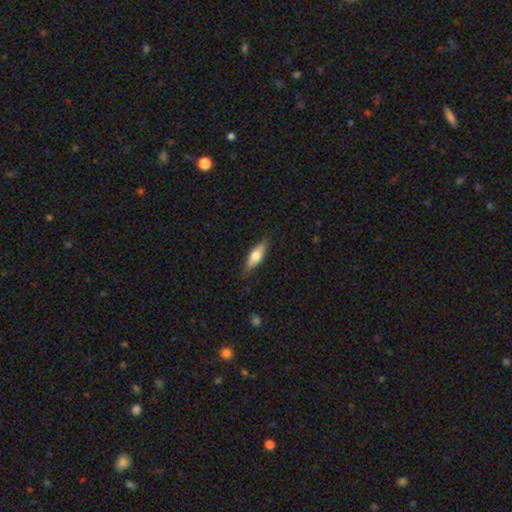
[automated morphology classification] A smooth galaxy with no disk features (67%) that is in between round and cigar-shaped (57%).

Vote fractions:
- Smooth or featured? smooth: 67% / featured or disk: 27% / star or artifact: 6%
- How rounded? in between: 57% / cigar-shaped: 41% / round: 2%
- Merging? none: 82% / minor disturbance: 14% / major disturbance: 3% / merger: 1%